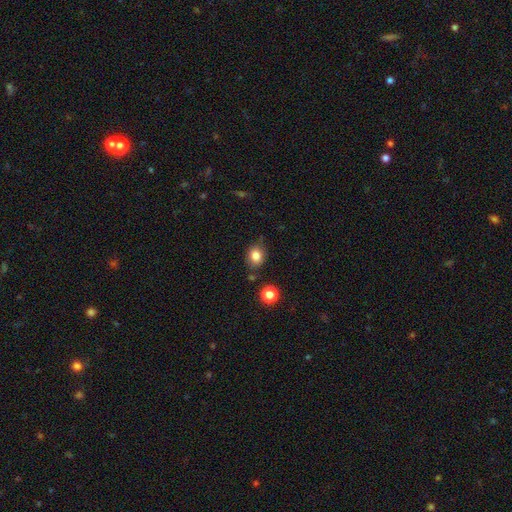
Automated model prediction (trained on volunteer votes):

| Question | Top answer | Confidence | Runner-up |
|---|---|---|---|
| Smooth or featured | smooth | 83% | star or artifact (11%) |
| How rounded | round | 58% | in between (41%) |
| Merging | none | 76% | minor disturbance (15%) |